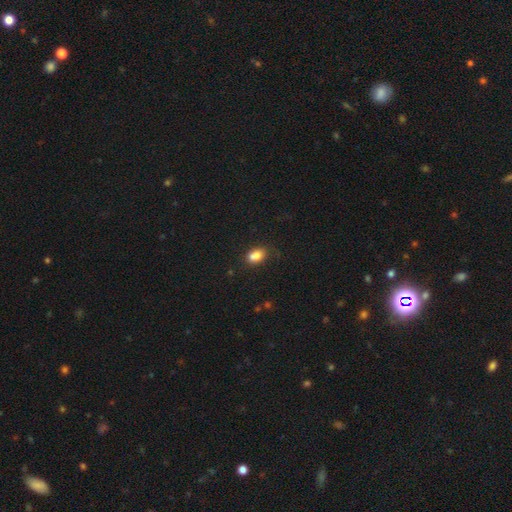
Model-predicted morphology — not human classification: Q: Smooth or featured?
A: smooth (79%); runner-up: featured or disk (11%)
Q: How rounded?
A: in between (71%); runner-up: round (27%)
Q: Merging?
A: none (46%); runner-up: merger (31%)